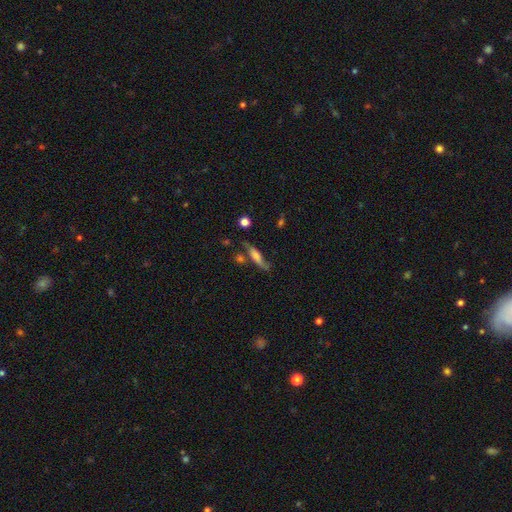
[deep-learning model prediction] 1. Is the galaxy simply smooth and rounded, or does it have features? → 52% smooth, 38% featured or disk, 10% star or artifact.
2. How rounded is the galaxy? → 64% cigar-shaped, 31% in between, 5% round.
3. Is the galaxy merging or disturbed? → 54% none, 24% minor disturbance, 12% major disturbance, 10% merger.